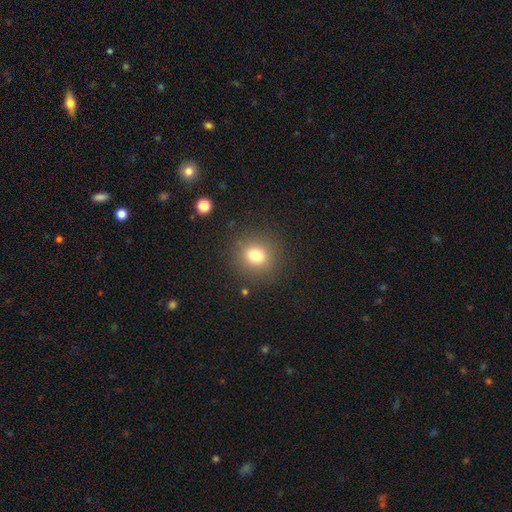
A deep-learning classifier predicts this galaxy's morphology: This appears to be a smooth galaxy with no disk features (77%) that is round (85%). Merging: none (86%).